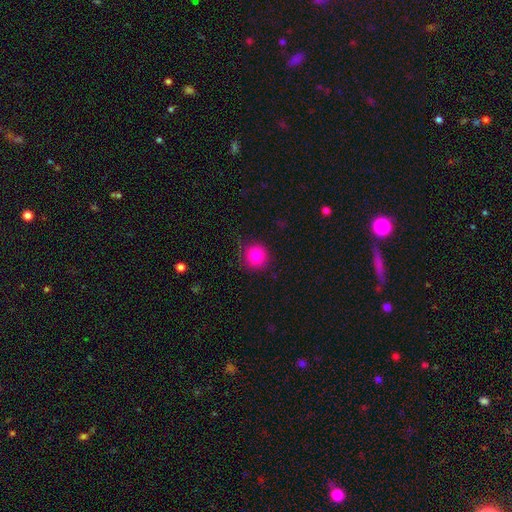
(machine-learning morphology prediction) A smooth galaxy with no disk features (84%) that is round (93%).

Vote fractions:
- Smooth or featured? smooth: 84% / star or artifact: 10% / featured or disk: 6%
- How rounded? round: 93% / in between: 6% / cigar-shaped: 1%
- Merging? none: 75% / minor disturbance: 18% / major disturbance: 6% / merger: 1%